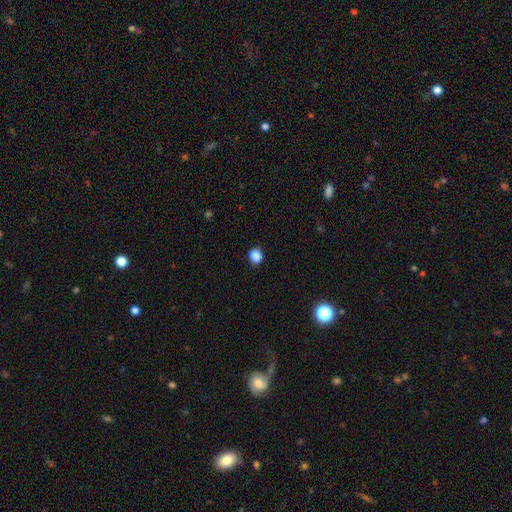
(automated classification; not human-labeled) Smooth or featured? smooth (87%)
How rounded? round (70%)
Merging? none (88%)